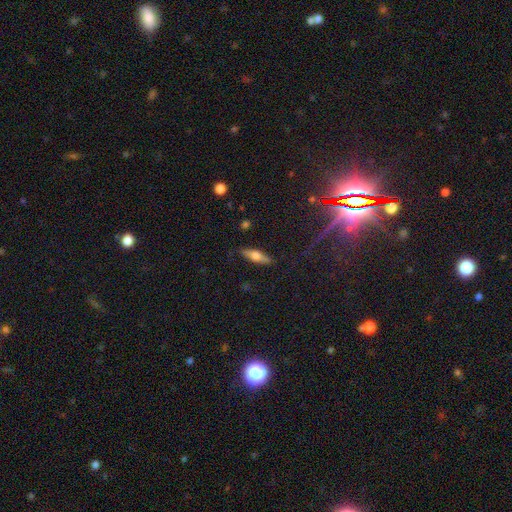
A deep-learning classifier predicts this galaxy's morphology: type=smooth (49%); merging=none (86%).